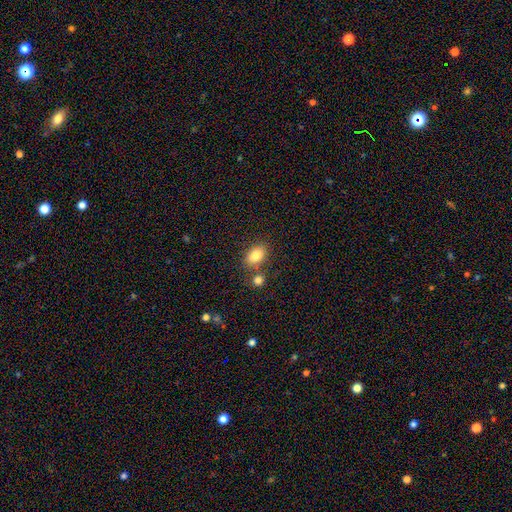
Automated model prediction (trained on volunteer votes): This appears to be a smooth galaxy with no disk features (82%) that is in between round and cigar-shaped (84%). Merging: none (68%).